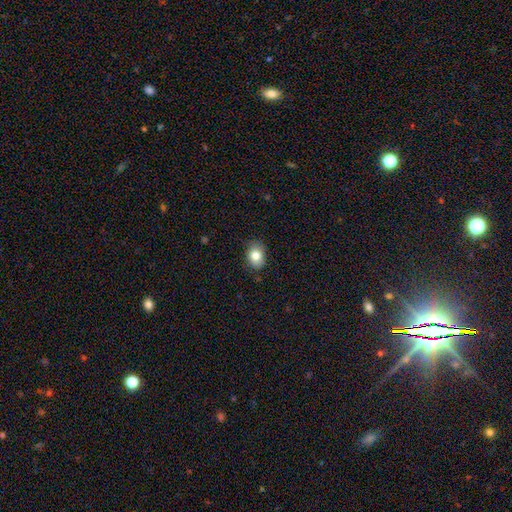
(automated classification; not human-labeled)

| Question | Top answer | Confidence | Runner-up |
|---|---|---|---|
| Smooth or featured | smooth | 82% | featured or disk (10%) |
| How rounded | in between | 65% | round (34%) |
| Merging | none | 82% | minor disturbance (15%) |